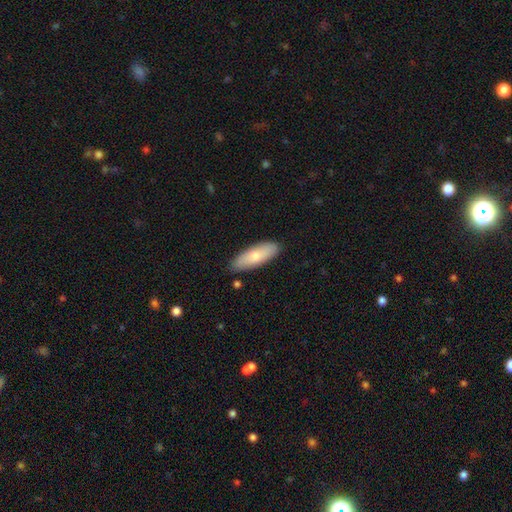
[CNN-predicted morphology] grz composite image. It shows a smooth galaxy with no disk features (74%) that is in between round and cigar-shaped (62%). Merging: none (84%).